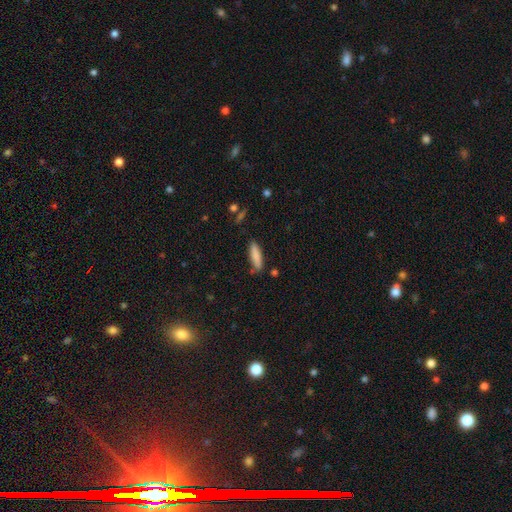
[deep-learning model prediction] Smooth or featured: smooth — 84% (featured or disk — 9%)
How rounded: cigar-shaped — 63% (in between — 36%)
Merging: none — 79% (minor disturbance — 14%)